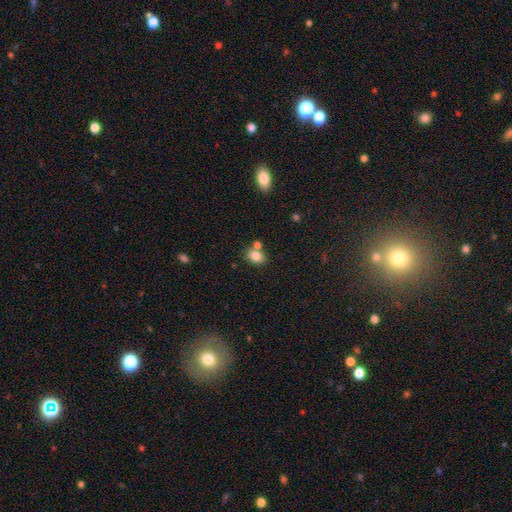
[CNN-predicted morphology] Q: Smooth or featured?
A: smooth (82%); runner-up: star or artifact (10%)
Q: How rounded?
A: in between (60%); runner-up: round (39%)
Q: Merging?
A: none (62%); runner-up: merger (22%)